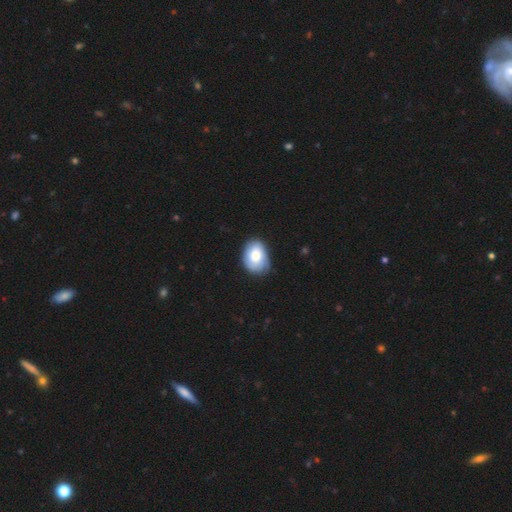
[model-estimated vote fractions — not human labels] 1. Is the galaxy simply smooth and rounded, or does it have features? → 71% smooth, 22% featured or disk, 7% star or artifact.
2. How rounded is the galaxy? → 71% in between, 28% round, 1% cigar-shaped.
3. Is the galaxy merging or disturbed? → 71% none, 24% minor disturbance, 4% major disturbance, 1% merger.